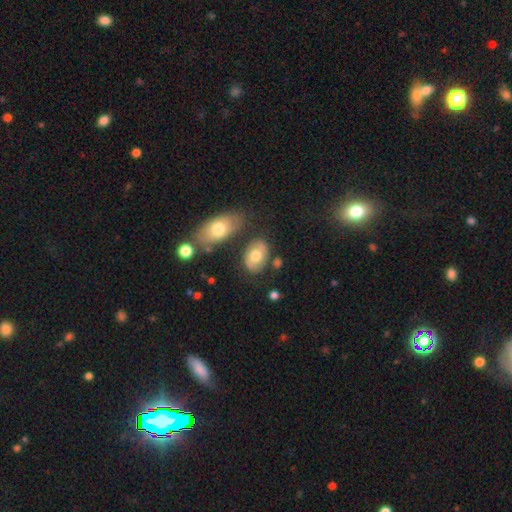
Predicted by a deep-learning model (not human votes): This is likely a smooth galaxy (66%). How rounded: clearly in between (84%). Merging: likely none (72%).